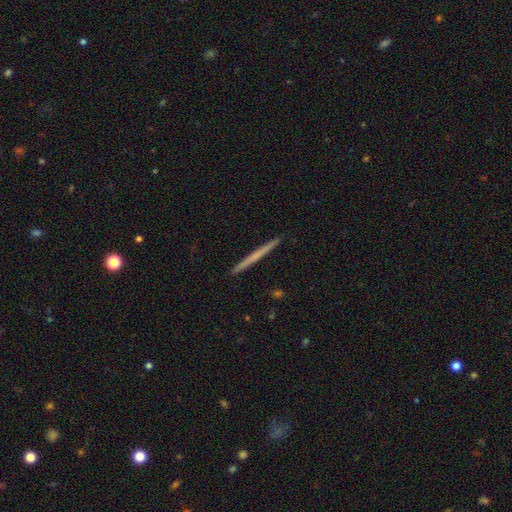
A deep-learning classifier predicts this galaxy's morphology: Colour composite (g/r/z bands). It shows a smooth galaxy with no disk features (49%). Merging: none (93%).